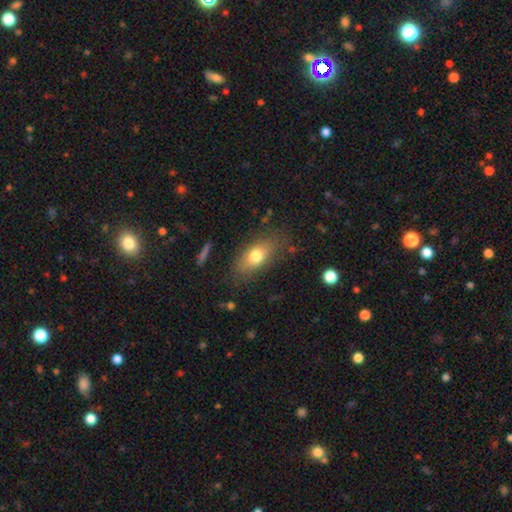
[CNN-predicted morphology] Q: Smooth or featured?
A: smooth (72%); runner-up: featured or disk (19%)
Q: How rounded?
A: in between (78%); runner-up: cigar-shaped (11%)
Q: Merging?
A: none (76%); runner-up: minor disturbance (15%)